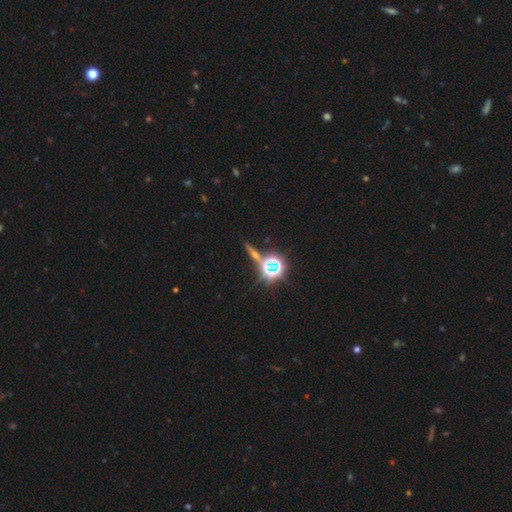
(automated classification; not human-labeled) smooth-or-featured: star or artifact: 61% | smooth: 22% | featured or disk: 17%